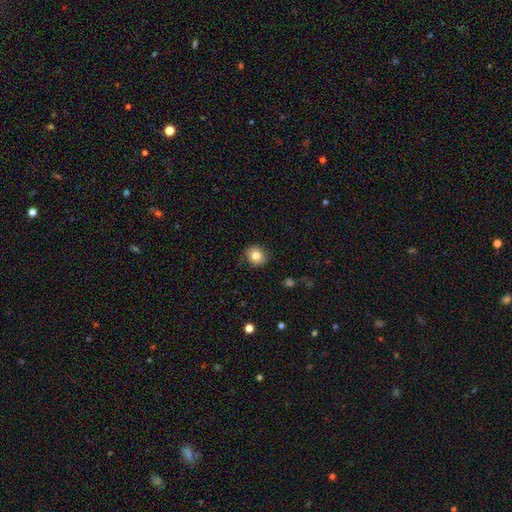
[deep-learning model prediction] A smooth galaxy with no disk features (82%) that is round (83%). Merging: none (86%).